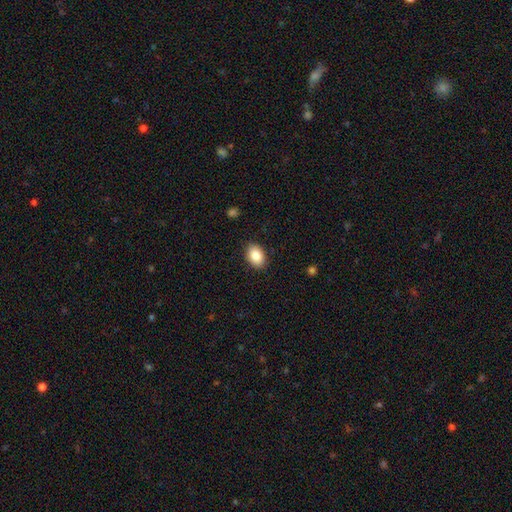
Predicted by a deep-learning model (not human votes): A smooth galaxy with no disk features (87%) that is in between round and cigar-shaped (82%). Merging: none (88%).